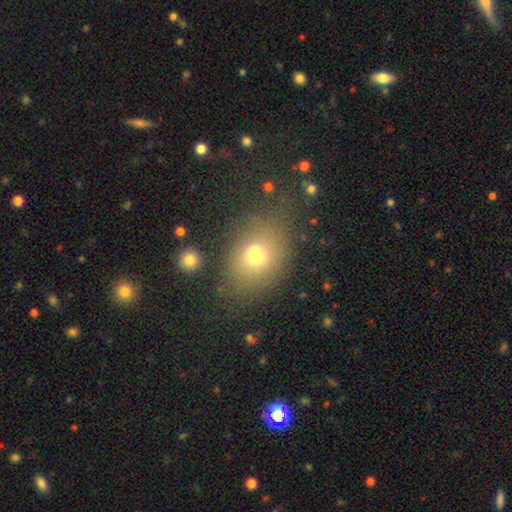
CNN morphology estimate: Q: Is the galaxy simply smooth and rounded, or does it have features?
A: smooth — 67%.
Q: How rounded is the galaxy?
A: in between — 61%.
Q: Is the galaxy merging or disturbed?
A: none — 50%.